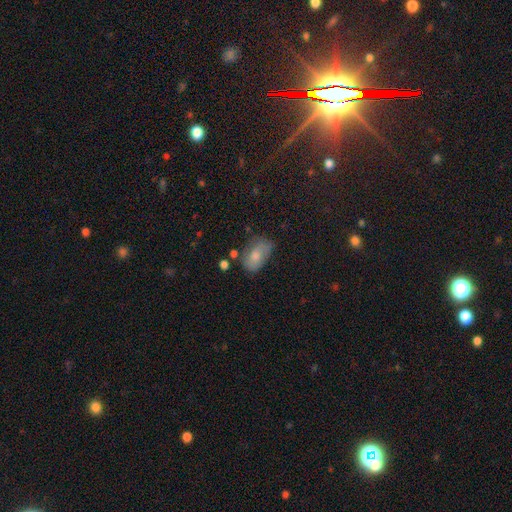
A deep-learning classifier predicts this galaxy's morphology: This is likely a smooth galaxy (71%). How rounded: clearly in between (89%). Merging: possibly none (53%).